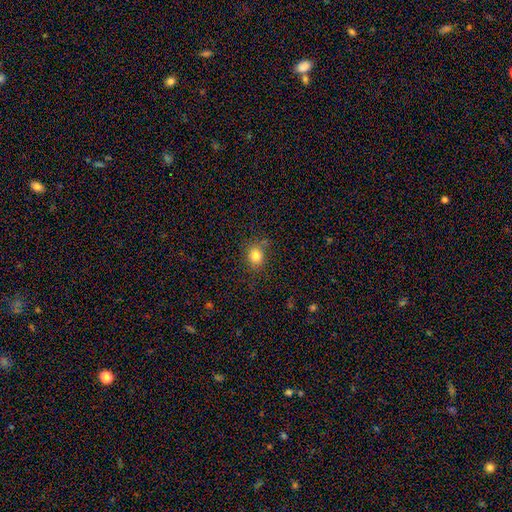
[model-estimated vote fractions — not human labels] Smooth or featured: smooth — 81% (star or artifact — 12%)
How rounded: round — 61% (in between — 39%)
Merging: none — 78% (minor disturbance — 14%)